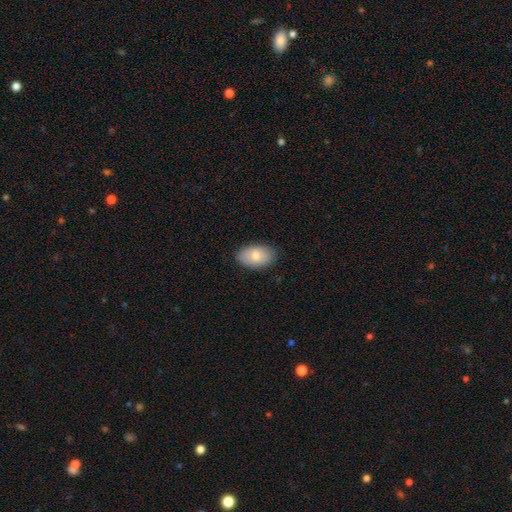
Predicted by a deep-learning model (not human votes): Overall: smooth (78%). How rounded: in between (92%). Merging: none (86%).